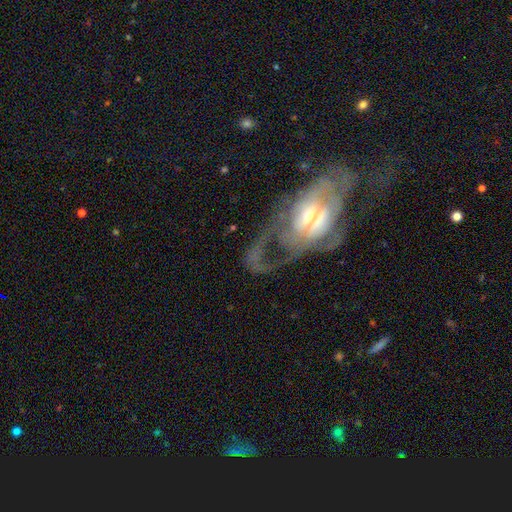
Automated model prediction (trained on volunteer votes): Smooth or featured? featured or disk (70%)
Edge-on disk? no (90%)
Bar? no (56%)
Spiral arms? yes (59%)
Bulge size? small (45%)
Merging? major disturbance (40%)